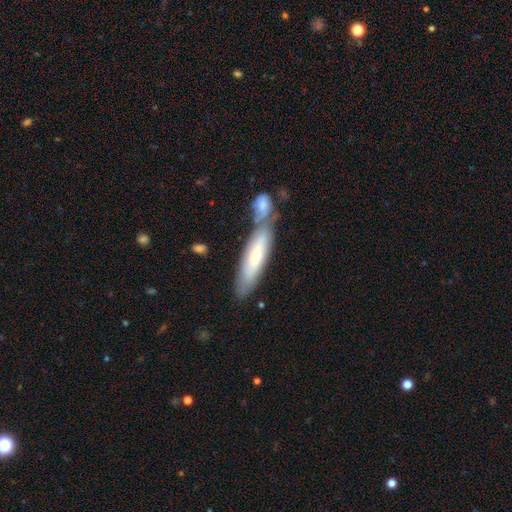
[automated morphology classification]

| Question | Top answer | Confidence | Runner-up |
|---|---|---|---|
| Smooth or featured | smooth | 59% | featured or disk (35%) |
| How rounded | cigar-shaped | 69% | in between (29%) |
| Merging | none | 47% | merger (37%) |